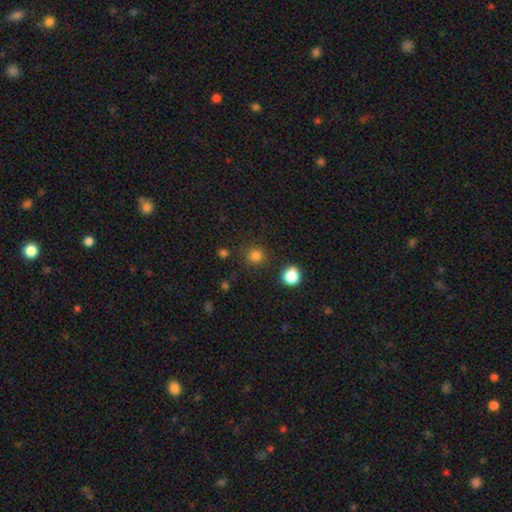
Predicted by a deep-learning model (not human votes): The model was most divided on "smooth or featured": smooth: 81%, star or artifact: 15%, featured or disk: 4%. More confident: how rounded — round (92%); merging — none (86%).